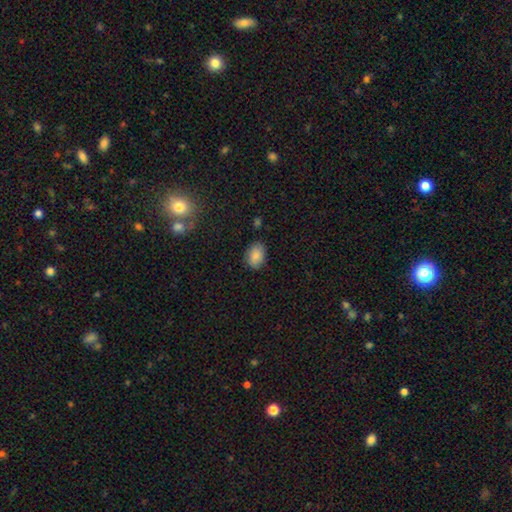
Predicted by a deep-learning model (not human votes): A smooth galaxy with no disk features (85%) that is in between round and cigar-shaped (81%).

Vote fractions:
- Smooth or featured? smooth: 85% / star or artifact: 8% / featured or disk: 7%
- How rounded? in between: 81% / round: 17% / cigar-shaped: 1%
- Merging? none: 82% / minor disturbance: 14% / major disturbance: 3% / merger: 1%